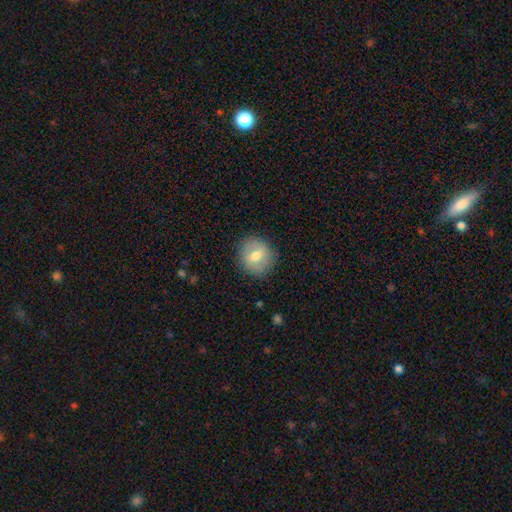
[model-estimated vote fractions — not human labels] Overall: smooth (64%; featured or disk 27%). How rounded: round (81%). Merging: none (86%).